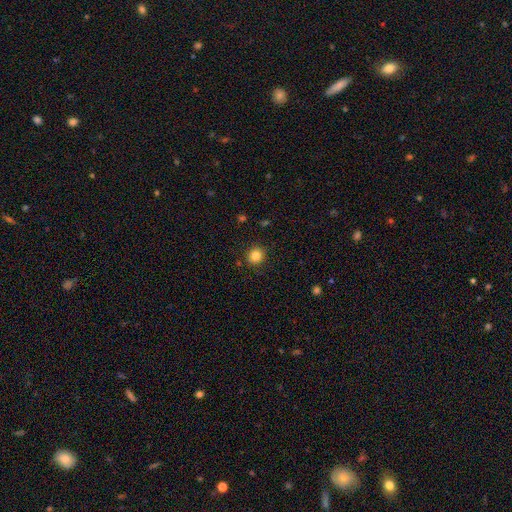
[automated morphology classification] A smooth galaxy with no disk features (84%) that is round (90%).

Vote fractions:
- Smooth or featured? smooth: 84% / star or artifact: 11% / featured or disk: 5%
- How rounded? round: 90% / in between: 9% / cigar-shaped: 1%
- Merging? none: 90% / minor disturbance: 7% / major disturbance: 2% / merger: 1%